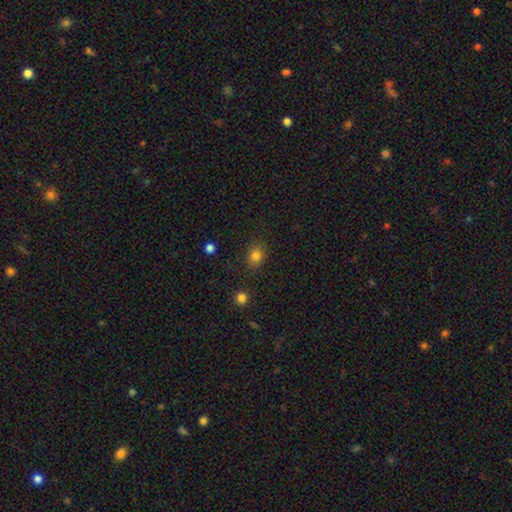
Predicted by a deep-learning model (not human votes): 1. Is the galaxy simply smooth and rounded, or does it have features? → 81% smooth, 14% star or artifact, 6% featured or disk.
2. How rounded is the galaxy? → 53% round, 46% in between, 1% cigar-shaped.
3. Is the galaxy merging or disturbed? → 83% none, 12% minor disturbance, 3% major disturbance, 2% merger.